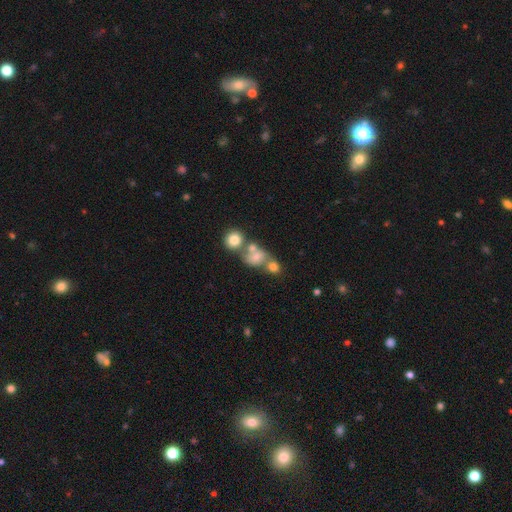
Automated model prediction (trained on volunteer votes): The model was most divided on "how rounded": round: 49%, in between: 48%, cigar-shaped: 2%. More confident: smooth or featured — smooth (64%); merging — merger (51%).